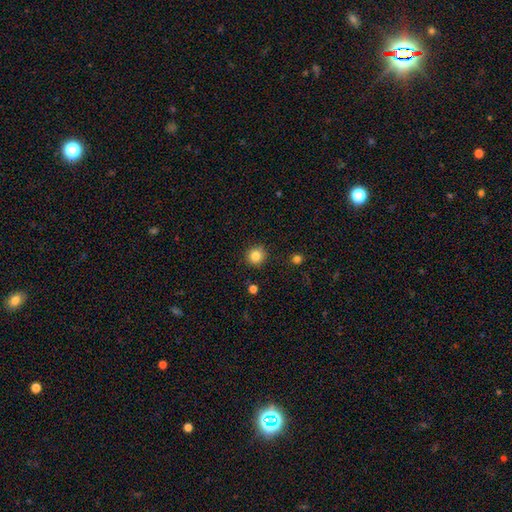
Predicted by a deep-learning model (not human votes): This appears to be a smooth galaxy with no disk features (84%) that is round (94%). Merging: none (91%).